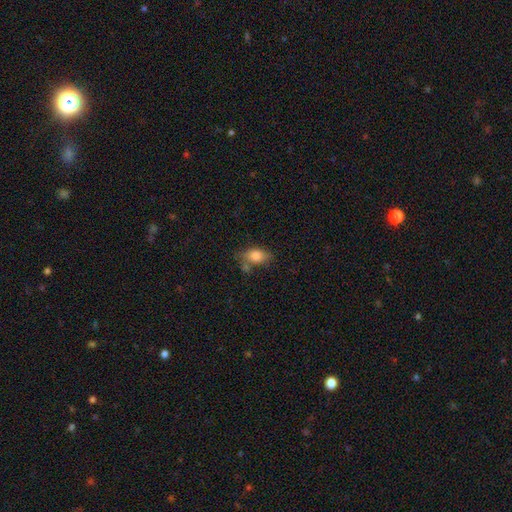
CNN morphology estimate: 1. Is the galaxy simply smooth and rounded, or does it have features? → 81% smooth, 11% featured or disk, 8% star or artifact.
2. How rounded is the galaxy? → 84% in between, 13% round, 4% cigar-shaped.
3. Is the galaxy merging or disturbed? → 56% none, 23% minor disturbance, 14% merger, 8% major disturbance.